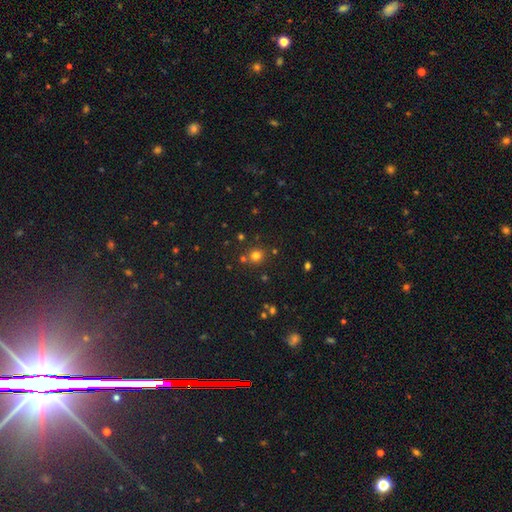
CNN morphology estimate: type=smooth (73%); roundness=round (89%); merging=none (80%).